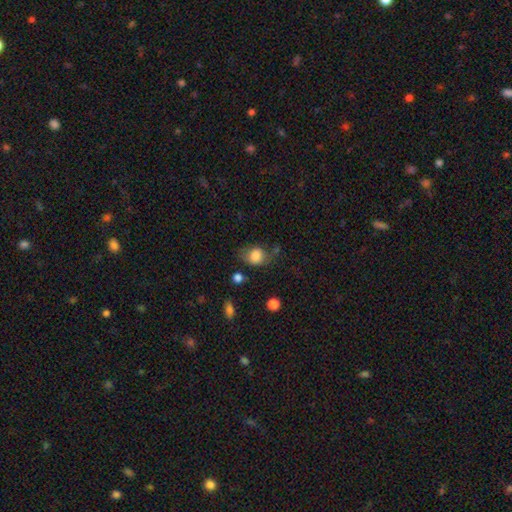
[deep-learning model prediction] The model was most divided on "how rounded": round: 53%, in between: 46%, cigar-shaped: 1%. More confident: smooth or featured — smooth (82%); merging — none (55%).